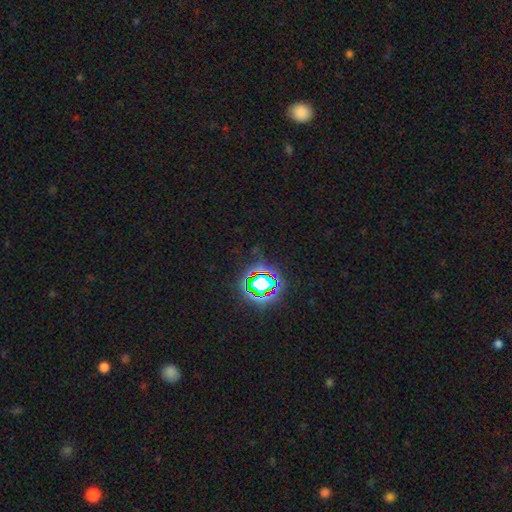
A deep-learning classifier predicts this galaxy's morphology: Overall: star or artifact (79%).